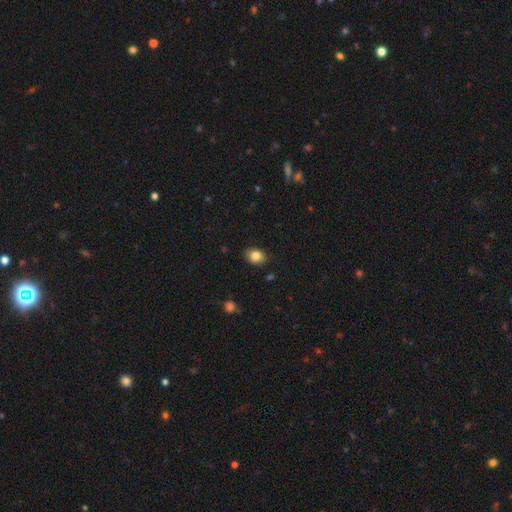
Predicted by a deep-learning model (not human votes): A smooth galaxy with no disk features (84%) that is in between round and cigar-shaped (65%). Merging: none (85%).